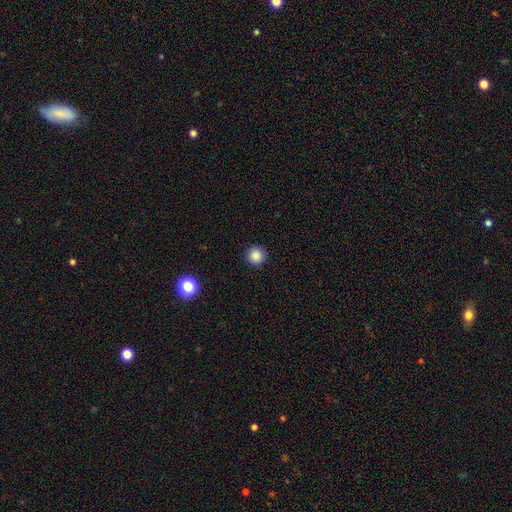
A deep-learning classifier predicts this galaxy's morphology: smooth-or-featured: smooth: 86% | star or artifact: 11% | featured or disk: 4%
  how-rounded: round: 96% | in between: 4% | cigar-shaped: 1%
  merging: none: 92% | minor disturbance: 6% | major disturbance: 2% | merger: 1%